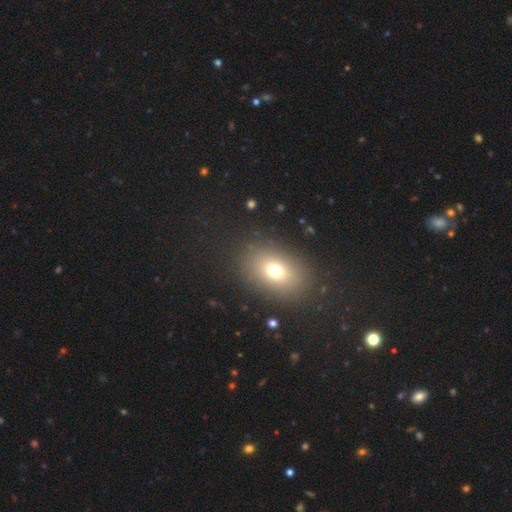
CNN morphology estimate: A smooth galaxy with no disk features (69%) that is in between round and cigar-shaped (70%).

Vote fractions:
- Smooth or featured? smooth: 69% / star or artifact: 20% / featured or disk: 11%
- How rounded? in between: 70% / round: 29% / cigar-shaped: 2%
- Merging? none: 87% / minor disturbance: 8% / major disturbance: 4% / merger: 2%